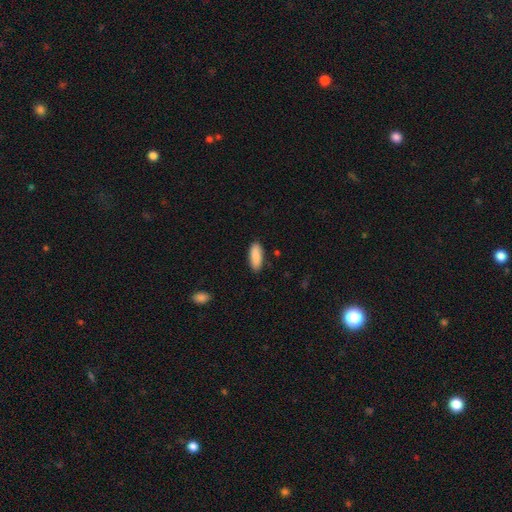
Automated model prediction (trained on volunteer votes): A smooth galaxy with no disk features (89%) that is in between round and cigar-shaped (73%). Merging: none (87%).